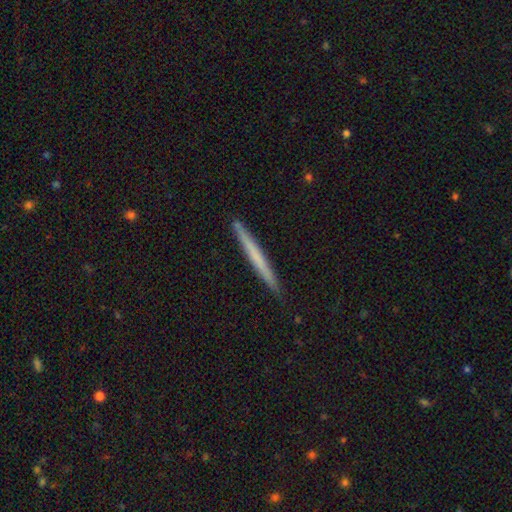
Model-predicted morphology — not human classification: Smooth or featured: smooth — 56% (featured or disk — 38%)
How rounded: cigar-shaped — 97% (in between — 1%)
Merging: none — 91% (minor disturbance — 6%)